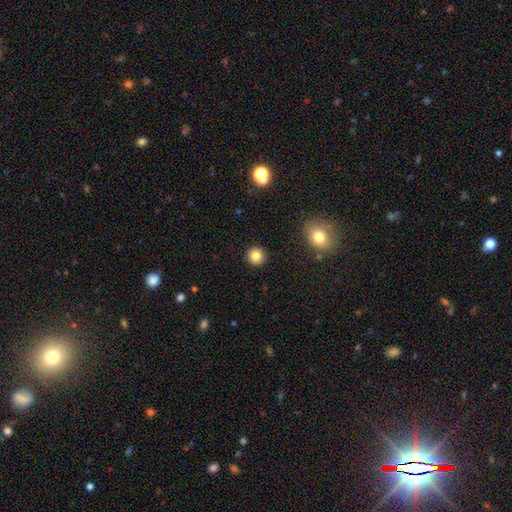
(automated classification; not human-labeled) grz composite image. It shows a smooth galaxy with no disk features (83%) that is round (94%). Merging: none (92%).